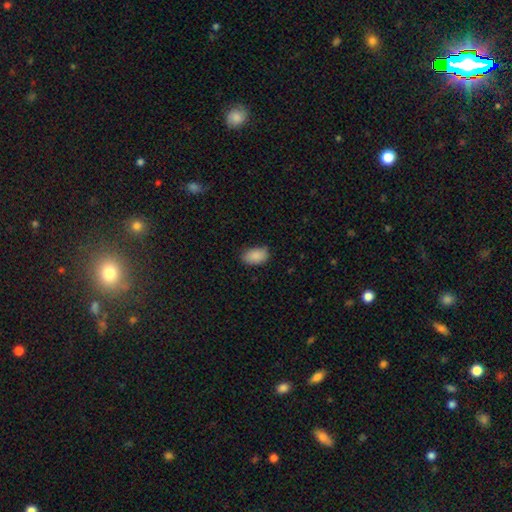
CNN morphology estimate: Overall: smooth (89%). How rounded: in between (92%). Merging: none (79%).